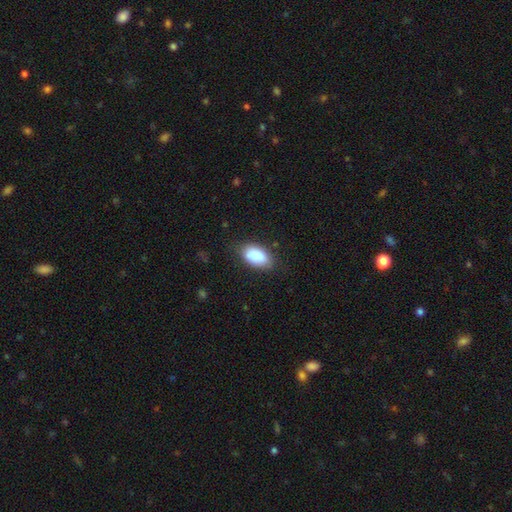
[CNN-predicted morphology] smooth 89%, star or artifact 6%, featured or disk 5%. Down the decision tree: how rounded — in between (94%); merging — none (79%).